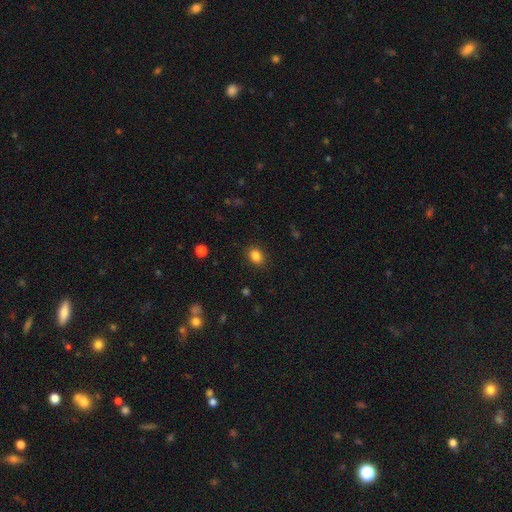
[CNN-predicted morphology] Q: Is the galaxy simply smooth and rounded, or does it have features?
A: smooth — 86%.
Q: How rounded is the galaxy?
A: in between — 58%.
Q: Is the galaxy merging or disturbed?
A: none — 87%.